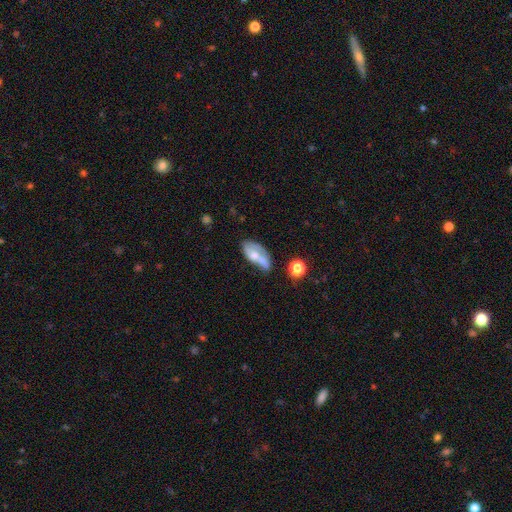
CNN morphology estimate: Smooth or featured? smooth (46%)
Merging? merger (29%)